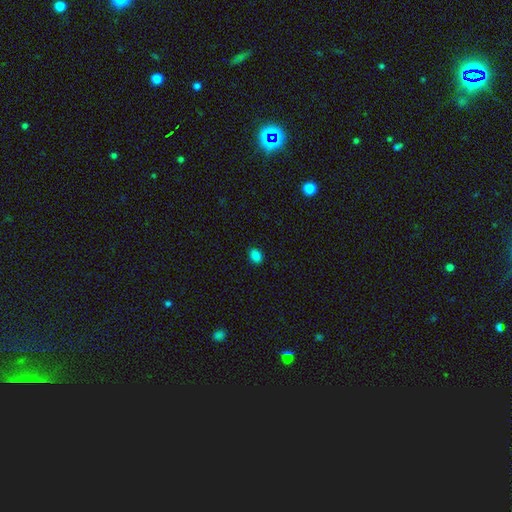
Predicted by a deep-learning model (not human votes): smooth 85%, star or artifact 12%, featured or disk 3%. Down the decision tree: how rounded — in between (71%); merging — none (89%).